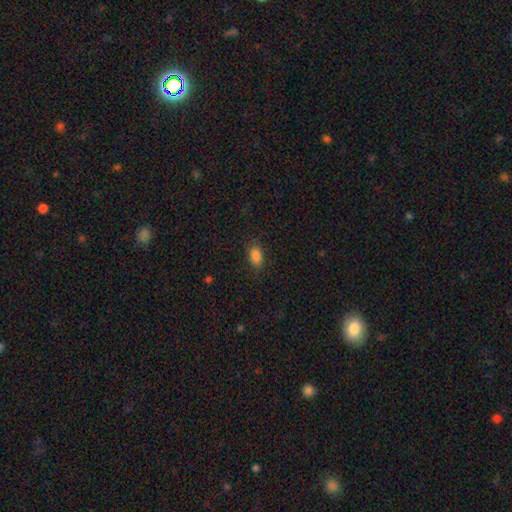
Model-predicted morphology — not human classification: This appears to be a smooth galaxy with no disk features (86%) that is in between round and cigar-shaped (87%). Merging: none (83%).